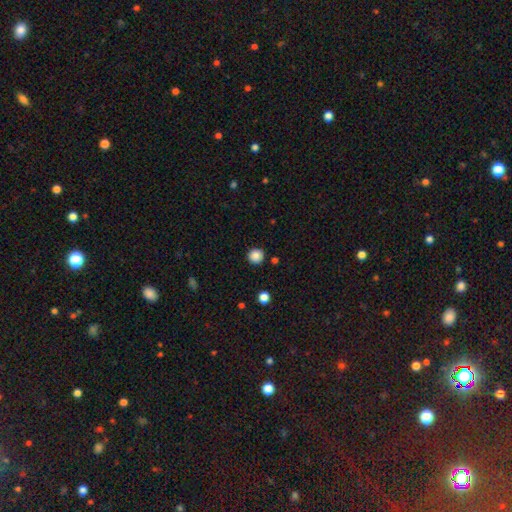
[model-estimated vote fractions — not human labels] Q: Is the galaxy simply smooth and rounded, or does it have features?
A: smooth — 86%.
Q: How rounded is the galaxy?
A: round — 94%.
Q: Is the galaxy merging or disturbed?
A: none — 89%.